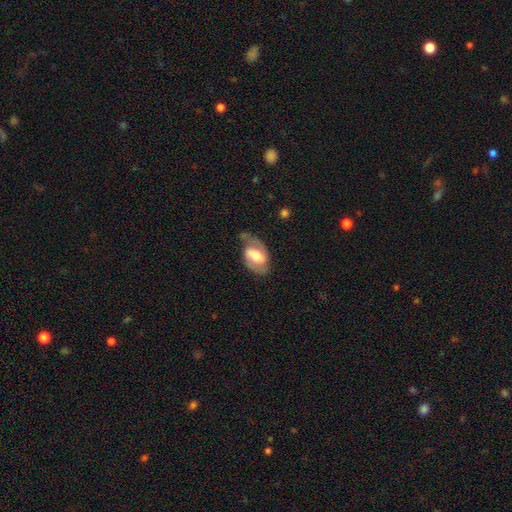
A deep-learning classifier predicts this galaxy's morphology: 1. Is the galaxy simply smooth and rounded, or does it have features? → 66% featured or disk, 28% smooth, 6% star or artifact.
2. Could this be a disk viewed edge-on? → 95% no, 5% yes.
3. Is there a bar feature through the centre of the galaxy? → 42% weak, 39% strong, 19% no.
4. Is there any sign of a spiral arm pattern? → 82% yes, 18% no.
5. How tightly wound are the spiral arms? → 48% medium, 26% loose, 26% tight.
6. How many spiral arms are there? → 81% 2, 9% 1, 8% can't tell, 1% 3, 1% 4, 1% more than 4.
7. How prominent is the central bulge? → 54% moderate, 25% large, 16% small, 3% none, 3% dominant.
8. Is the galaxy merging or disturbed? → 55% none, 27% minor disturbance, 15% major disturbance, 3% merger.